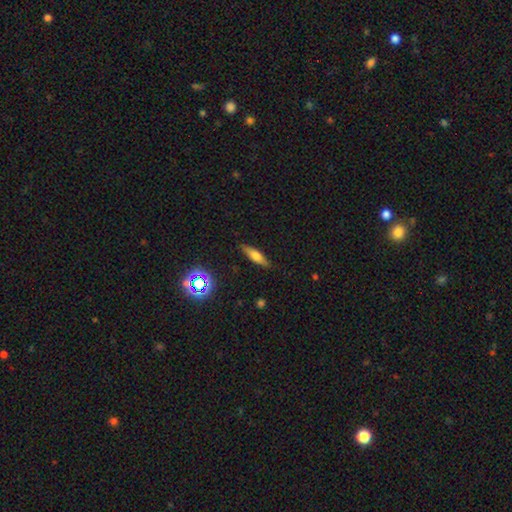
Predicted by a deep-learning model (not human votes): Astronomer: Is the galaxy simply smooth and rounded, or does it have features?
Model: smooth — 55% (runner-up: featured or disk, 34%).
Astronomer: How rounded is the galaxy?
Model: cigar-shaped — 64%.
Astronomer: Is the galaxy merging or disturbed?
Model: none — 86%.